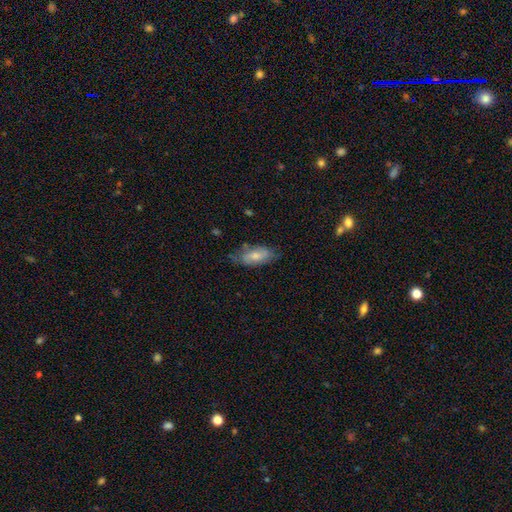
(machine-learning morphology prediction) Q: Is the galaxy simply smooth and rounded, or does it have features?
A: smooth — 65%.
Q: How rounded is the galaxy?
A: in between — 87%.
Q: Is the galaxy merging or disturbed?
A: none — 62%.